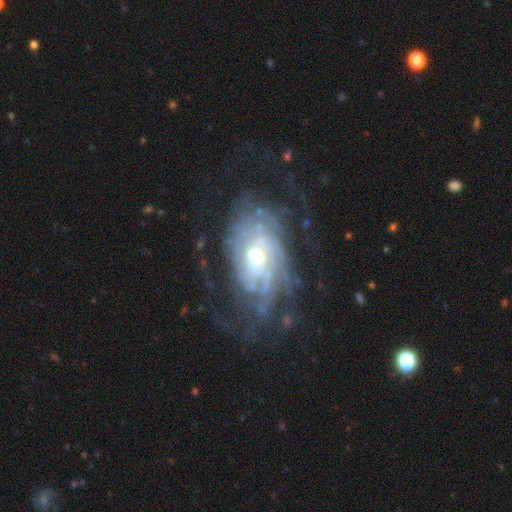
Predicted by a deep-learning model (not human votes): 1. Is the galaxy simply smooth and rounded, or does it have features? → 83% featured or disk, 9% smooth, 7% star or artifact.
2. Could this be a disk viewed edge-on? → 95% no, 5% yes.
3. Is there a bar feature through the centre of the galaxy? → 65% no, 27% weak, 8% strong.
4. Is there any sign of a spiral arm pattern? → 87% yes, 13% no.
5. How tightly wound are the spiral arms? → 62% tight, 26% medium, 12% loose.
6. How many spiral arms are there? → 53% can't tell, 11% more than 4, 11% 4, 10% 2, 9% 3, 6% 1.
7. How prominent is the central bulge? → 48% moderate, 44% small, 5% large, 1% none, 1% dominant.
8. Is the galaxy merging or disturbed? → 60% none, 19% major disturbance, 19% minor disturbance, 2% merger.